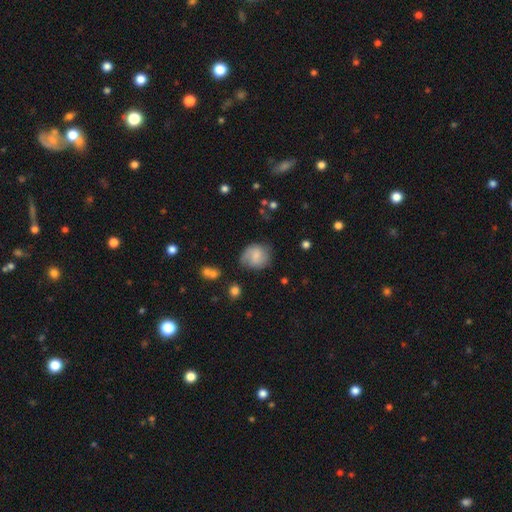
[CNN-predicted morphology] The model was most divided on "smooth or featured": smooth: 63%, featured or disk: 28%, star or artifact: 9%. More confident: how rounded — round (69%); merging — none (63%).